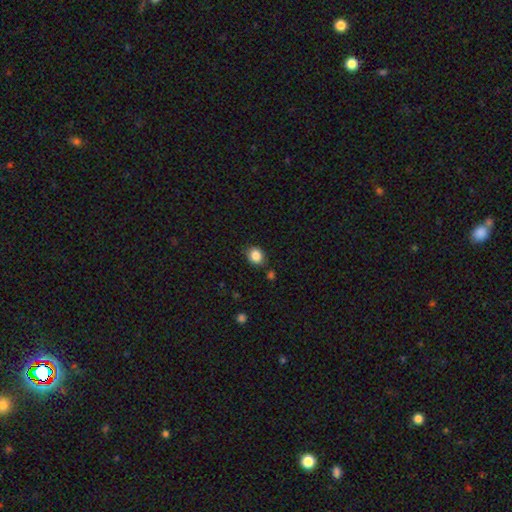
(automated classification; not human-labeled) This is clearly a smooth galaxy (85%). How rounded: possibly round (54%). Merging: likely none (79%).